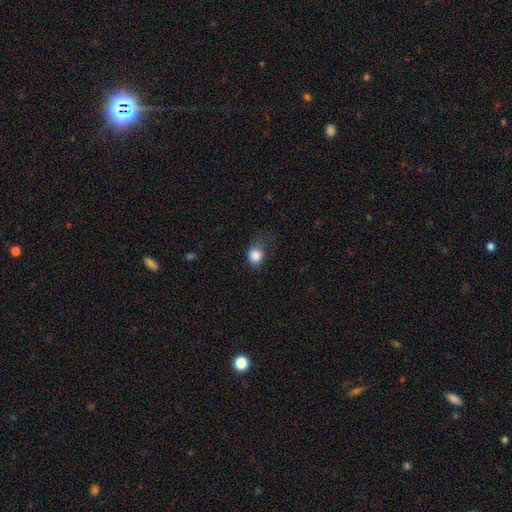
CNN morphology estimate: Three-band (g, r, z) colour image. It shows a smooth galaxy with no disk features (84%) that is round (69%). Merging: none (51%).